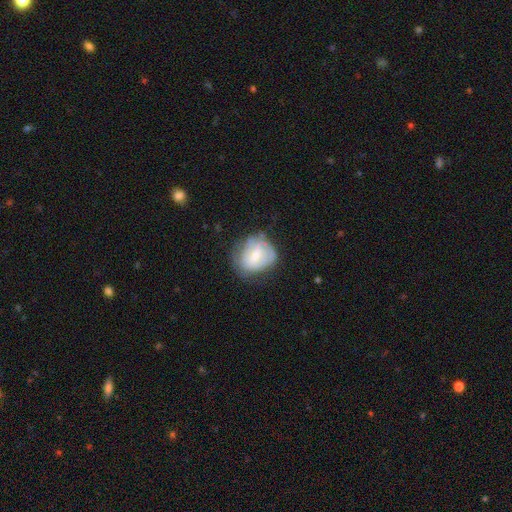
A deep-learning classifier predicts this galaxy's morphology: A featured or disk galaxy (52%) with a weak bar (55%), spiral arms (68%) and a small central bulge (47%). Merging: none (57%).